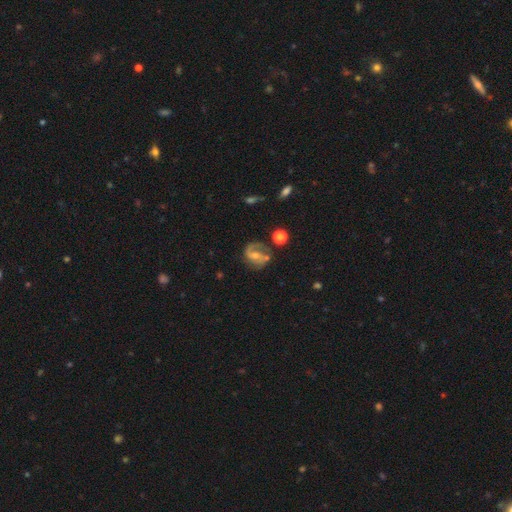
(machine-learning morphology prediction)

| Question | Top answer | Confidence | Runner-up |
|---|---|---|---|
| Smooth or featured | featured or disk | 78% | smooth (15%) |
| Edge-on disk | no | 97% | yes (3%) |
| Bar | weak | 45% | no (34%) |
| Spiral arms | yes | 93% | no (7%) |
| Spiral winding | medium | 51% | loose (27%) |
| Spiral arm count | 2 | 76% | 1 (14%) |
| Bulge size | moderate | 45% | tied: small (45%) |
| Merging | none | 63% | minor disturbance (20%) |